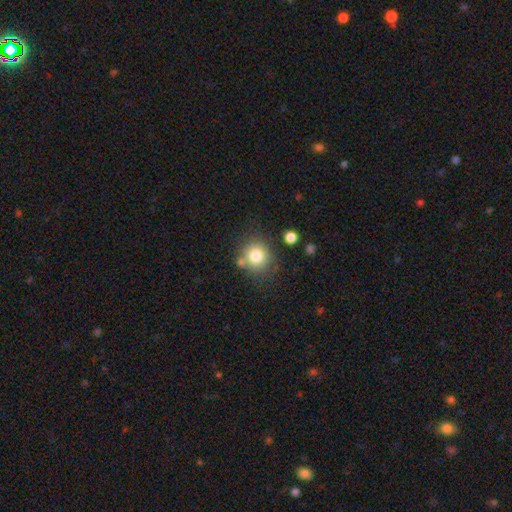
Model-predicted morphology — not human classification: This appears to be a smooth galaxy with no disk features (79%) that is round (88%). Merging: none (72%).